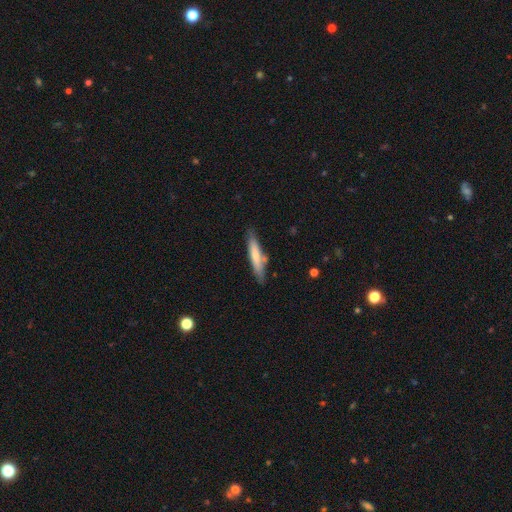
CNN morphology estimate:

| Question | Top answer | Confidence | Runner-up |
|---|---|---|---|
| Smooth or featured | smooth | 69% | featured or disk (26%) |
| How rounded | cigar-shaped | 87% | in between (12%) |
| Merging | none | 75% | minor disturbance (15%) |